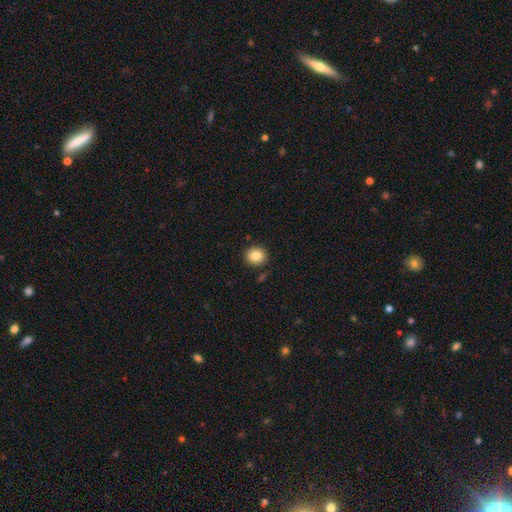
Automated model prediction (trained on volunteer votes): Q: Smooth or featured?
A: smooth (85%); runner-up: star or artifact (9%)
Q: How rounded?
A: round (81%); runner-up: in between (18%)
Q: Merging?
A: none (88%); runner-up: minor disturbance (7%)